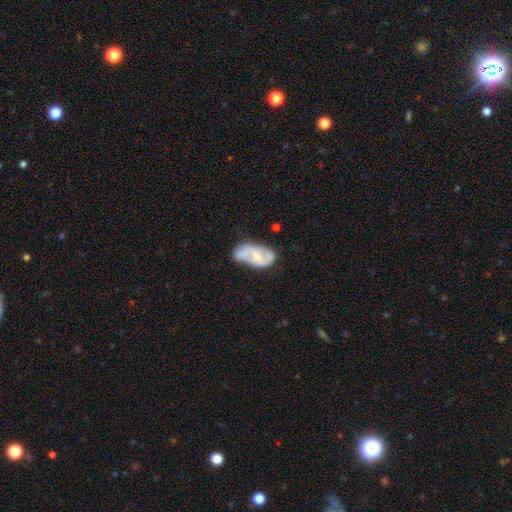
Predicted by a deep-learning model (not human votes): A featured or disk galaxy (62%) with no bar (52%), spiral arms (79%) and a small central bulge (47%).

Vote fractions:
- Smooth or featured? featured or disk: 62% / smooth: 32% / star or artifact: 6%
- Edge-on disk? no: 96% / yes: 4%
- Bar? no: 52% / weak: 38% / strong: 11%
- Spiral arms? yes: 79% / no: 21%
- Bulge size? small: 47% / moderate: 39% / none: 10% / large: 3% / dominant: 1%
- Merging? none: 49% / minor disturbance: 31% / major disturbance: 12% / merger: 8%